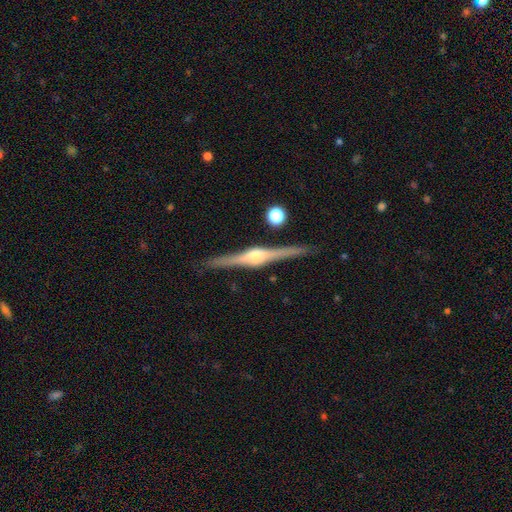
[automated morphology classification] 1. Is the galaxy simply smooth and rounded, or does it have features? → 86% featured or disk, 9% smooth, 5% star or artifact.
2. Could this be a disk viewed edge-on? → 98% yes, 2% no.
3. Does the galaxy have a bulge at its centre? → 87% rounded, 10% boxy, 3% none.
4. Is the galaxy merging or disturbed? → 91% none, 6% minor disturbance, 2% merger, 1% major disturbance.